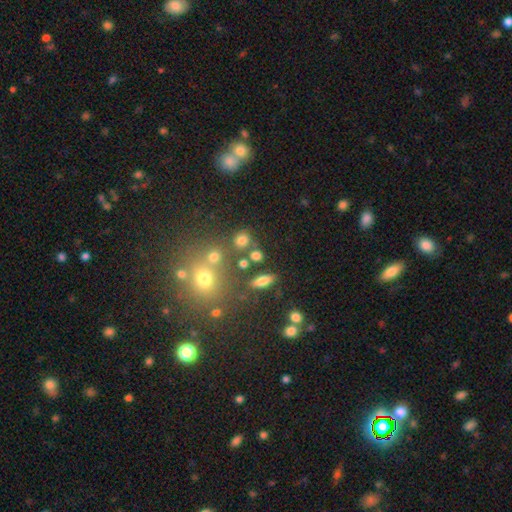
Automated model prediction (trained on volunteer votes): Smooth or featured: smooth — 72% (star or artifact — 16%)
How rounded: round — 63% (in between — 31%)
Merging: none — 71% (merger — 14%)